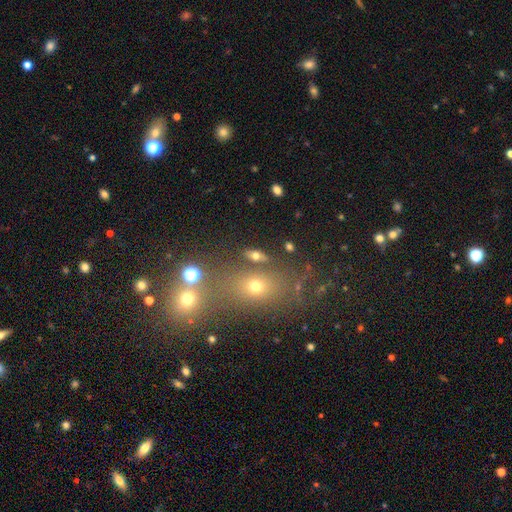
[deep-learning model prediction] A smooth galaxy with no disk features (56%) that is in between round and cigar-shaped (68%). Merging: none (74%).